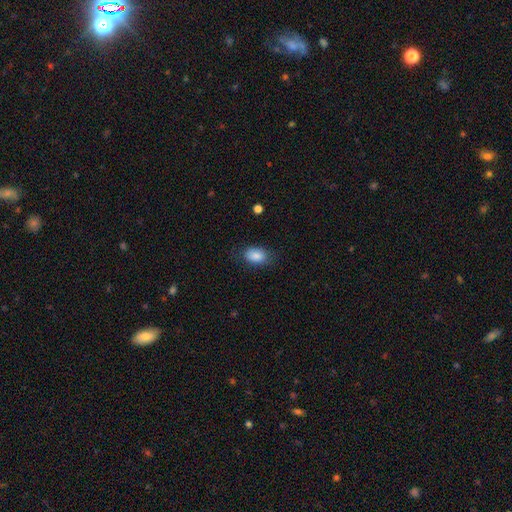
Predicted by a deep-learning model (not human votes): A smooth galaxy with no disk features (87%) that is in between round and cigar-shaped (85%). Merging: none (79%).